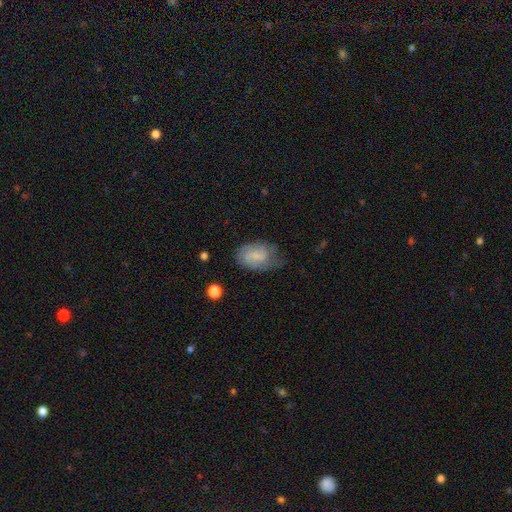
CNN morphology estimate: Q: Smooth or featured?
A: featured or disk (48%); runner-up: smooth (44%)
Q: Merging?
A: none (54%); runner-up: minor disturbance (31%)